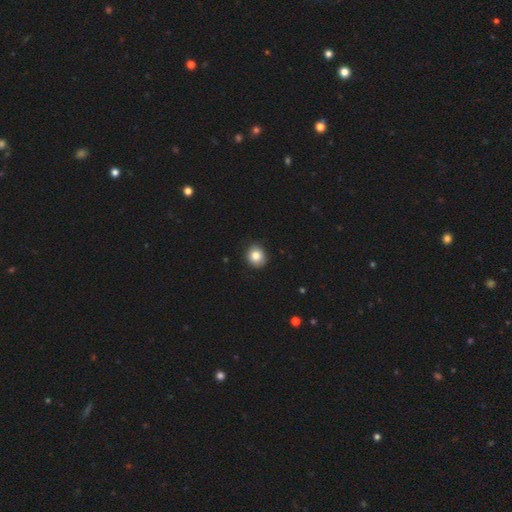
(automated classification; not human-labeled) smooth_or_featured: smooth (p=0.84) [alt: star or artifact p=0.09]
how_rounded: round (p=0.78) [alt: in between p=0.21]
merging: none (p=0.87) [alt: minor disturbance p=0.10]